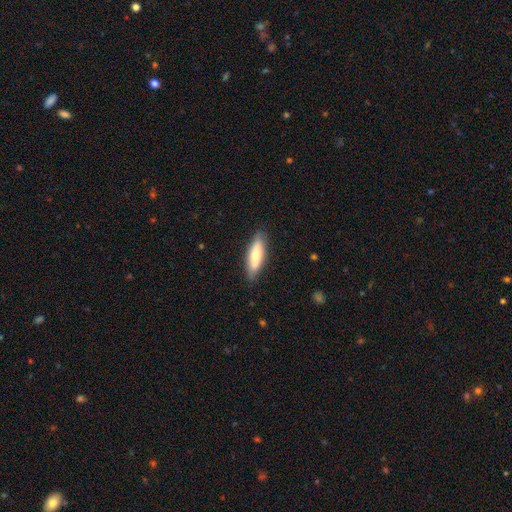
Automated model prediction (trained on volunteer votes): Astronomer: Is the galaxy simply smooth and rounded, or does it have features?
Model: smooth — 72%.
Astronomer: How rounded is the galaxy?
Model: cigar-shaped — 59% (runner-up: in between, 40%).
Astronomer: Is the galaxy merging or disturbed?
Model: none — 85%.